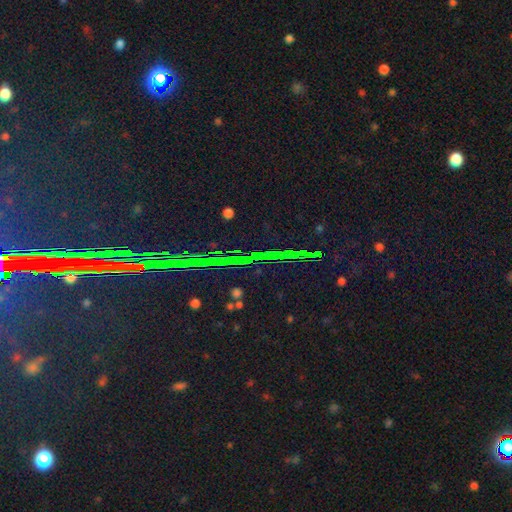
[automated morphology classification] The model was most divided on "smooth or featured": star or artifact: 85%, featured or disk: 8%, smooth: 6%.